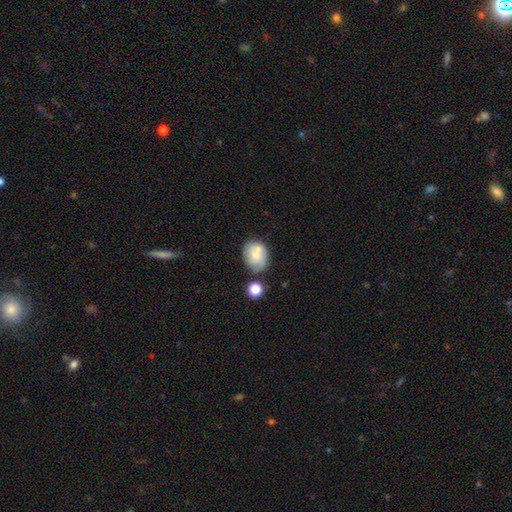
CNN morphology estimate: A smooth galaxy with no disk features (70%) that is in between round and cigar-shaped (56%).

Vote fractions:
- Smooth or featured? smooth: 70% / featured or disk: 22% / star or artifact: 8%
- How rounded? in between: 56% / round: 43% / cigar-shaped: 1%
- Merging? none: 51% / minor disturbance: 21% / merger: 21% / major disturbance: 7%